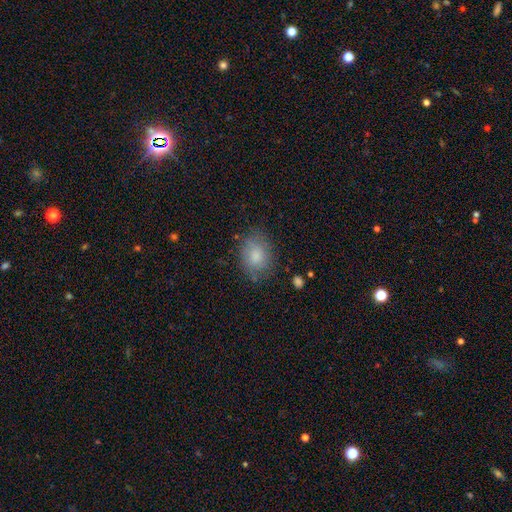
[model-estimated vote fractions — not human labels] A smooth galaxy with no disk features (80%) that is in between round and cigar-shaped (64%).

Vote fractions:
- Smooth or featured? smooth: 80% / featured or disk: 12% / star or artifact: 8%
- How rounded? in between: 64% / round: 35% / cigar-shaped: 1%
- Merging? none: 71% / minor disturbance: 21% / major disturbance: 6% / merger: 2%